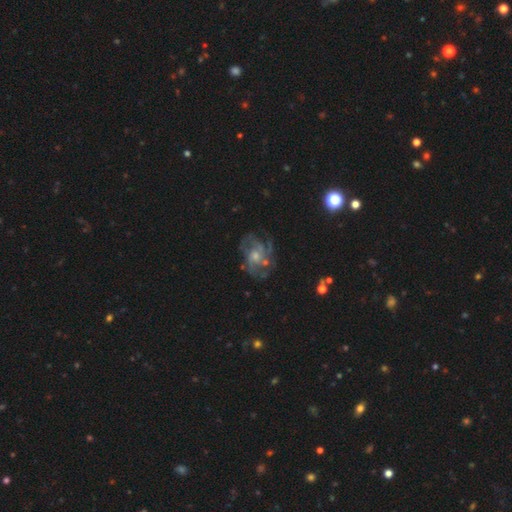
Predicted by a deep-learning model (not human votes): Smooth or featured: featured or disk — 76% (star or artifact — 12%)
Edge-on disk: no — 97% (yes — 3%)
Bar: no — 73% (weak — 23%)
Spiral arms: yes — 86% (no — 14%)
Spiral winding: medium — 44% (tight — 39%)
Spiral arm count: can't tell — 37% (3 — 19%)
Bulge size: small — 46% (moderate — 44%)
Merging: none — 68% (minor disturbance — 16%)